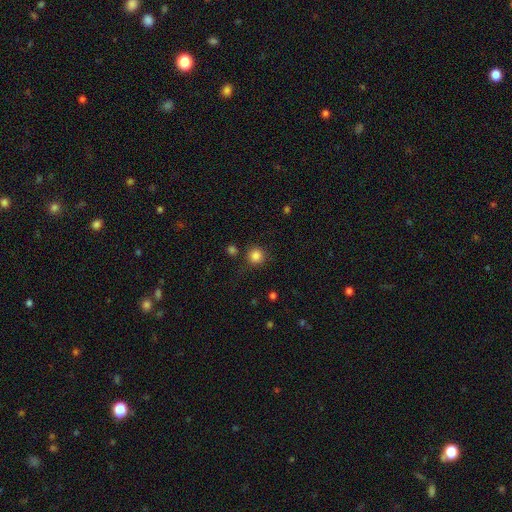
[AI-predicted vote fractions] Overall: smooth (84%). How rounded: round (93%). Merging: none (82%).